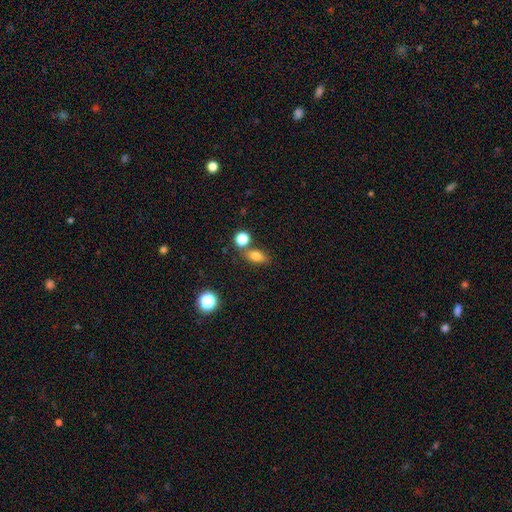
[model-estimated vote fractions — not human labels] smooth_or_featured: smooth (p=0.76) [alt: star or artifact p=0.12]
how_rounded: in between (p=0.73) [alt: round p=0.19]
merging: none (p=0.69) [alt: merger p=0.15]